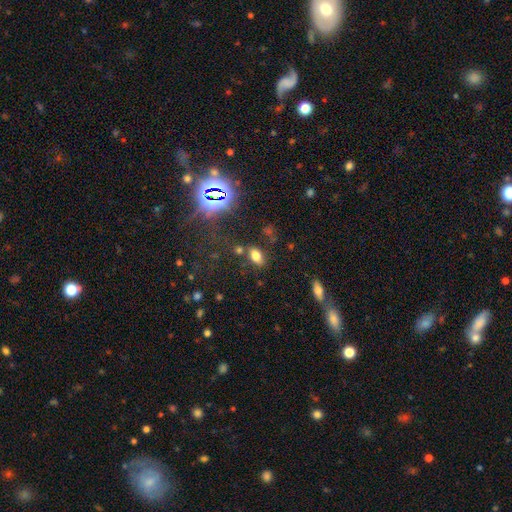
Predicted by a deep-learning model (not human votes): smooth 74%, star or artifact 16%, featured or disk 10%. Down the decision tree: how rounded — in between (87%); merging — none (75%).